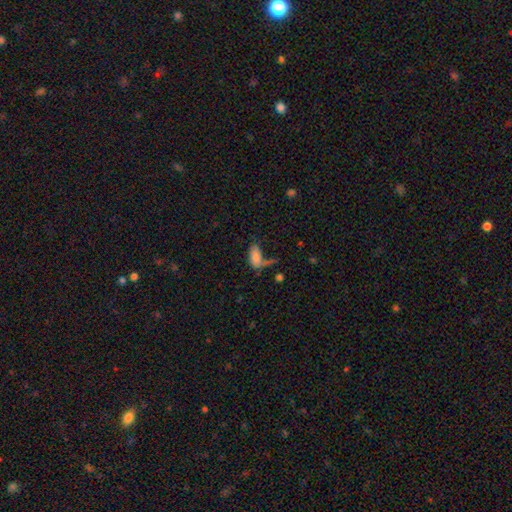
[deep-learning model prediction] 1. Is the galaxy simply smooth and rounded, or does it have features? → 78% smooth, 12% featured or disk, 9% star or artifact.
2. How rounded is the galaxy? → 88% in between, 8% cigar-shaped, 4% round.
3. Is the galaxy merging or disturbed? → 36% none, 24% major disturbance, 21% minor disturbance, 19% merger.